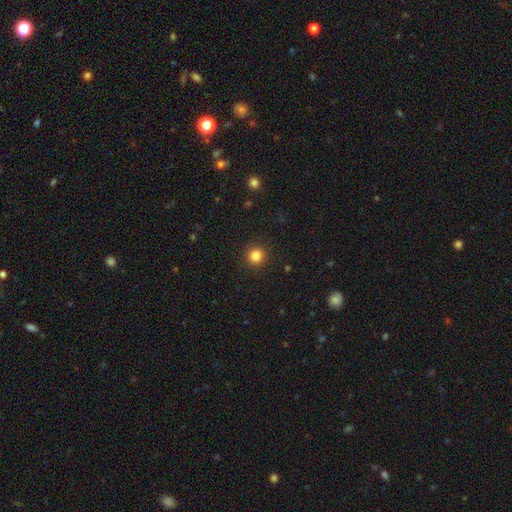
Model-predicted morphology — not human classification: This appears to be a smooth galaxy with no disk features (84%) that is round (93%). Merging: none (92%).